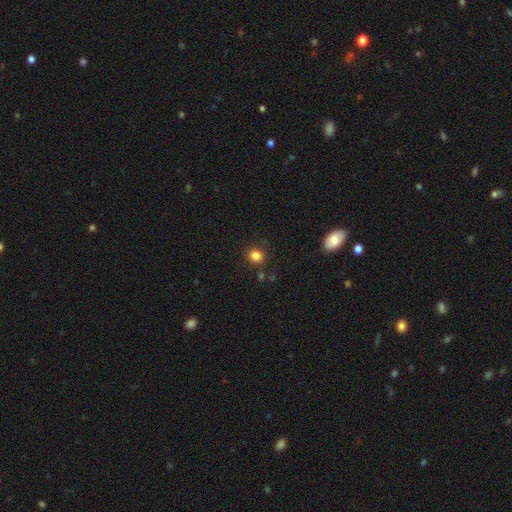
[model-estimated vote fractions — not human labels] A smooth galaxy with no disk features (83%) that is round (86%). Merging: none (86%).